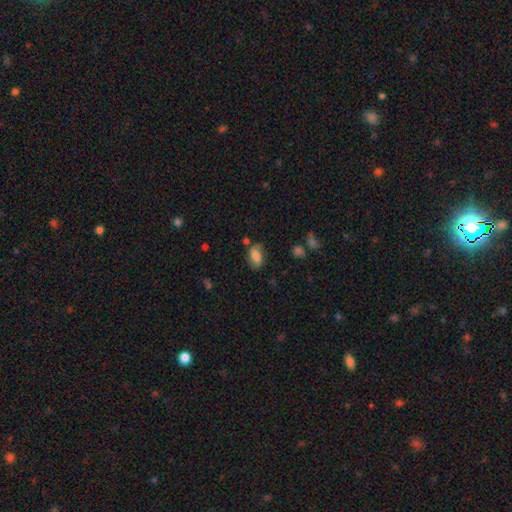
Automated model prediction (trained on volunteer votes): A smooth galaxy with no disk features (68%) that is in between round and cigar-shaped (88%). Merging: none (69%).